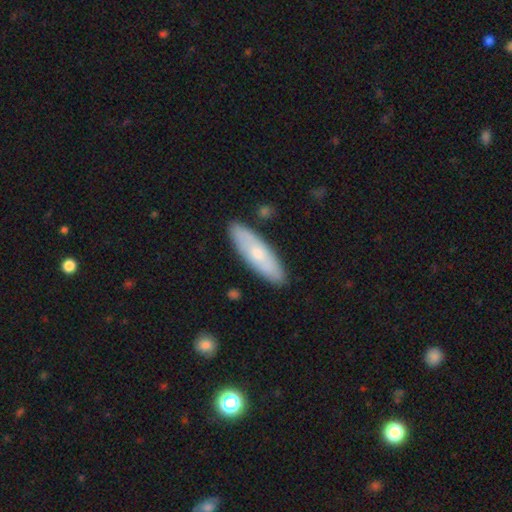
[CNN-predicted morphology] The model was most divided on "how rounded": cigar-shaped: 58%, in between: 40%, round: 2%. More confident: merging — none (87%); smooth or featured — smooth (55%).